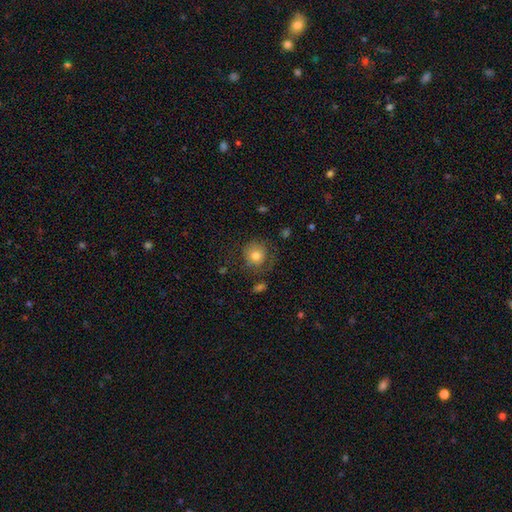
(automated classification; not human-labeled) Smooth or featured: smooth — 76% (featured or disk — 14%)
How rounded: round — 87% (in between — 12%)
Merging: none — 67% (minor disturbance — 20%)